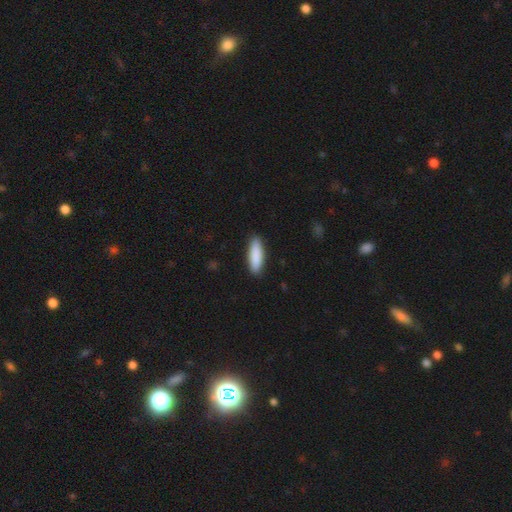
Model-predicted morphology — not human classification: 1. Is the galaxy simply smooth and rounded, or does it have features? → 88% smooth, 7% featured or disk, 5% star or artifact.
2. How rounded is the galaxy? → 61% cigar-shaped, 37% in between, 1% round.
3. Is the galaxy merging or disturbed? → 90% none, 8% minor disturbance, 2% major disturbance, 1% merger.